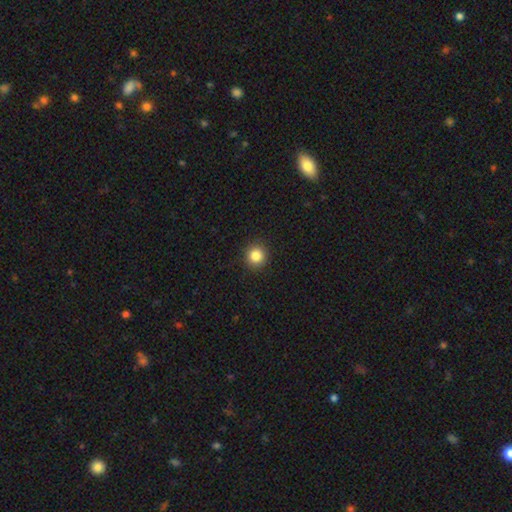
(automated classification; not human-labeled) Smooth or featured? smooth (85%)
How rounded? round (94%)
Merging? none (92%)